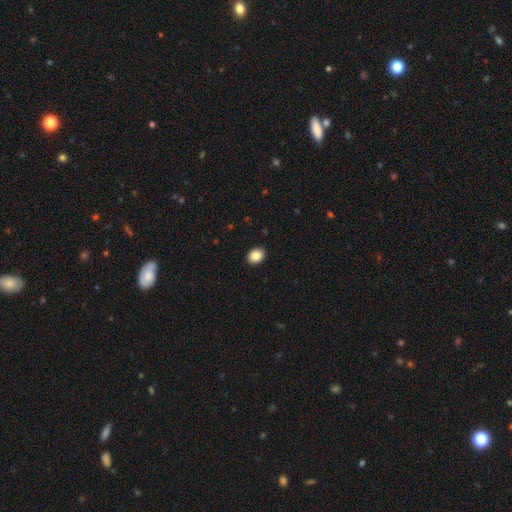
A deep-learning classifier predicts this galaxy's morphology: Smooth or featured? Predicted: smooth (p=0.86). How rounded? Predicted: in between (p=0.59). Merging? Predicted: none (p=0.91).